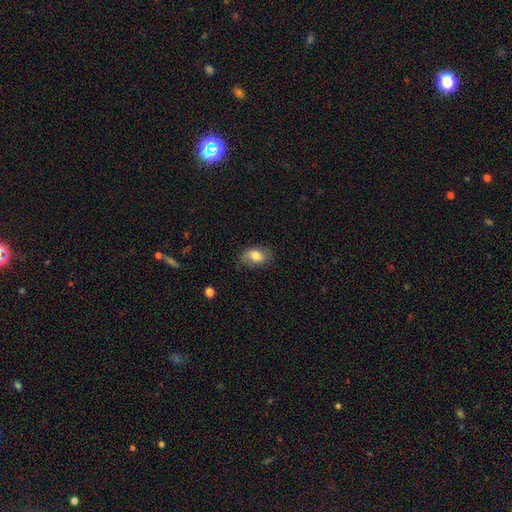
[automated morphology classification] A smooth galaxy with no disk features (75%) that is in between round and cigar-shaped (86%).

Vote fractions:
- Smooth or featured? smooth: 75% / featured or disk: 17% / star or artifact: 8%
- How rounded? in between: 86% / round: 13% / cigar-shaped: 2%
- Merging? none: 74% / minor disturbance: 19% / major disturbance: 5% / merger: 1%